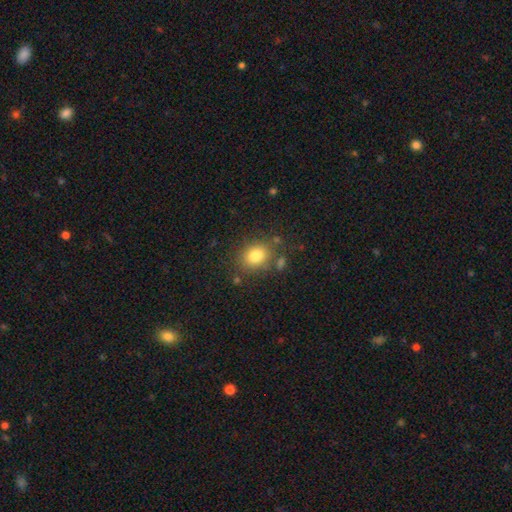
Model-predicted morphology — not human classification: Smooth or featured? smooth (80%)
How rounded? round (53%)
Merging? none (76%)